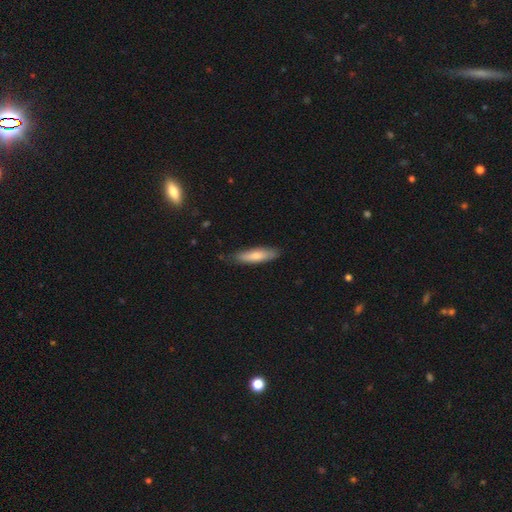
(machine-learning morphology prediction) Smooth or featured?
  - smooth: 73% *
  - featured or disk: 21%
  - star or artifact: 5%
How rounded?
  - cigar-shaped: 64% *
  - in between: 34%
  - round: 2%
Merging?
  - none: 78% *
  - minor disturbance: 18%
  - major disturbance: 3%
  - merger: 1%